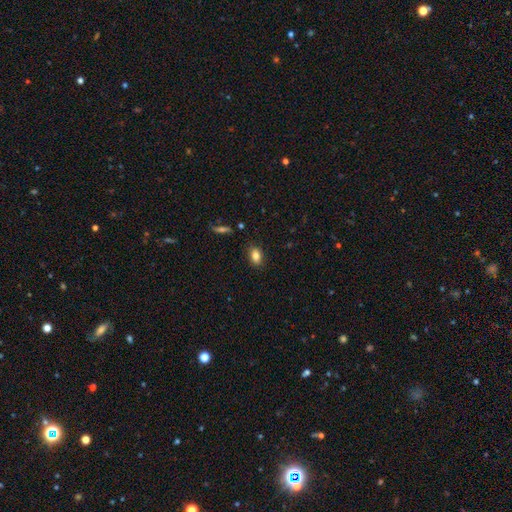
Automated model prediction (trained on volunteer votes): This is clearly a smooth galaxy (84%). How rounded: clearly in between (83%). Merging: clearly none (85%).